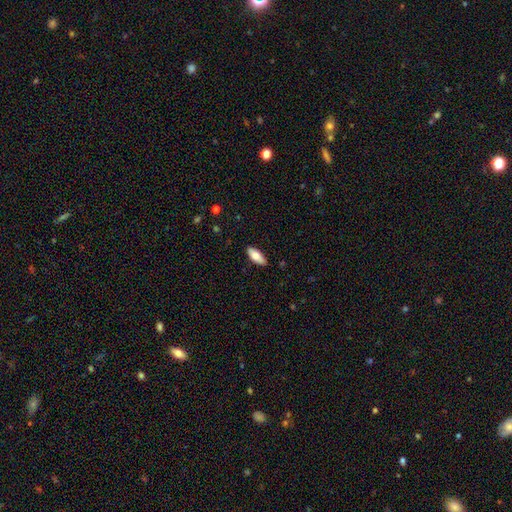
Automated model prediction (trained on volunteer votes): This is likely a smooth galaxy (76%). How rounded: clearly in between (81%). Merging: clearly none (87%).